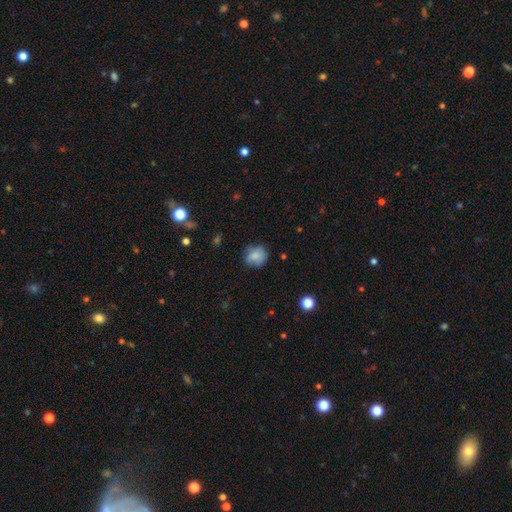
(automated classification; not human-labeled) Q: Smooth or featured?
A: smooth (80%); runner-up: featured or disk (11%)
Q: How rounded?
A: round (83%); runner-up: in between (16%)
Q: Merging?
A: none (73%); runner-up: minor disturbance (21%)